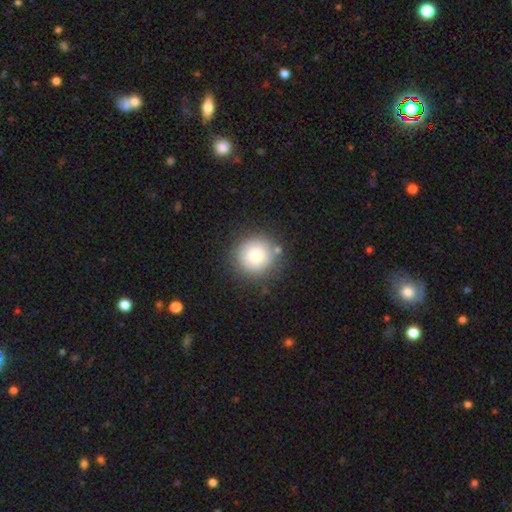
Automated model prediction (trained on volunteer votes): smooth 76%, featured or disk 14%, star or artifact 10%. Down the decision tree: how rounded — round (94%); merging — none (81%).